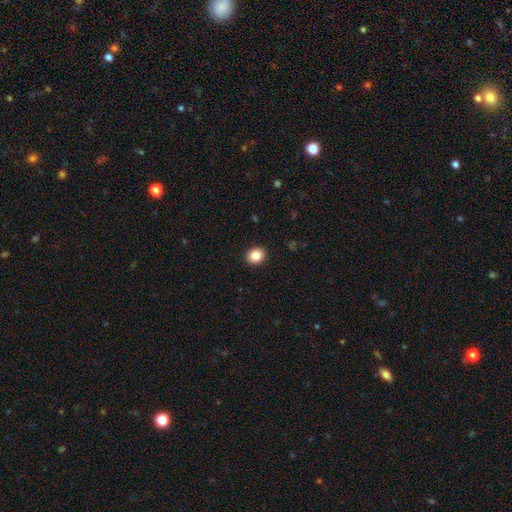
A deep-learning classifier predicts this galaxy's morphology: Overall: smooth (85%). How rounded: round (72%). Merging: none (92%).